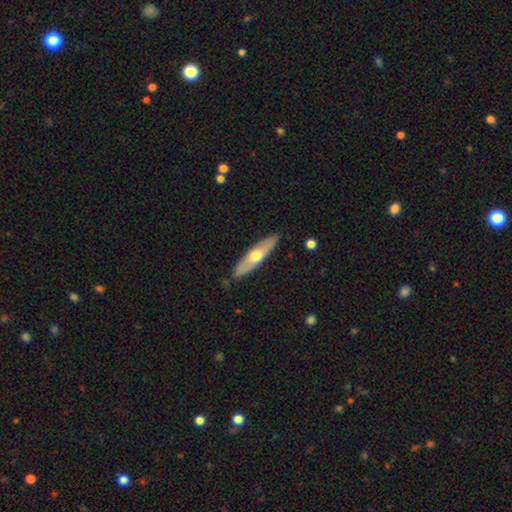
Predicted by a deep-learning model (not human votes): Smooth or featured? featured or disk (50%)
Merging? none (87%)